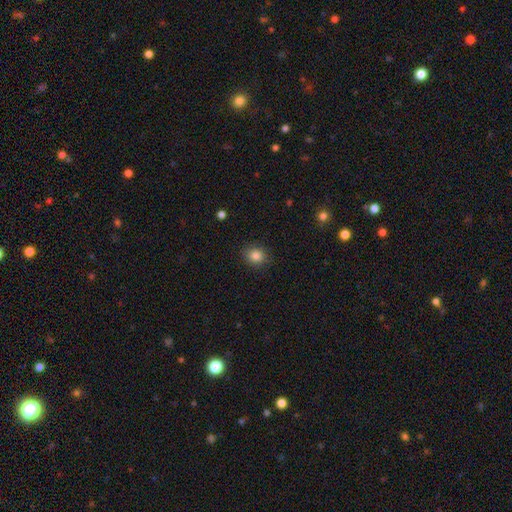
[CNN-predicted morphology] Smooth or featured: smooth — 84% (star or artifact — 11%)
How rounded: round — 73% (in between — 26%)
Merging: none — 89% (minor disturbance — 8%)